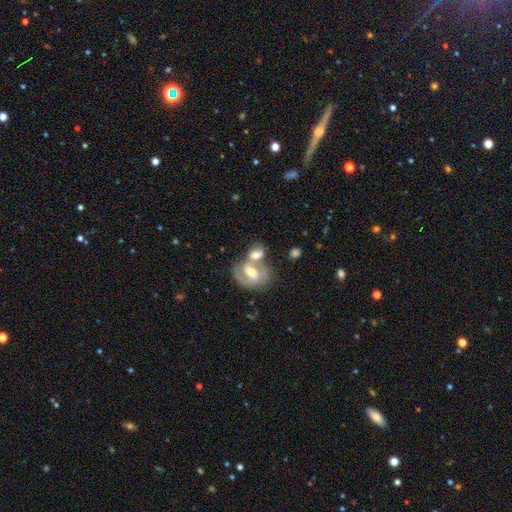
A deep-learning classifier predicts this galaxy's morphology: Q: Smooth or featured?
A: featured or disk (63%); runner-up: smooth (30%)
Q: Edge-on disk?
A: no (95%); runner-up: yes (5%)
Q: Bar?
A: weak (43%); runner-up: no (29%)
Q: Spiral arms?
A: yes (77%); runner-up: no (23%)
Q: Bulge size?
A: moderate (69%); runner-up: small (21%)
Q: Merging?
A: merger (54%); runner-up: none (31%)